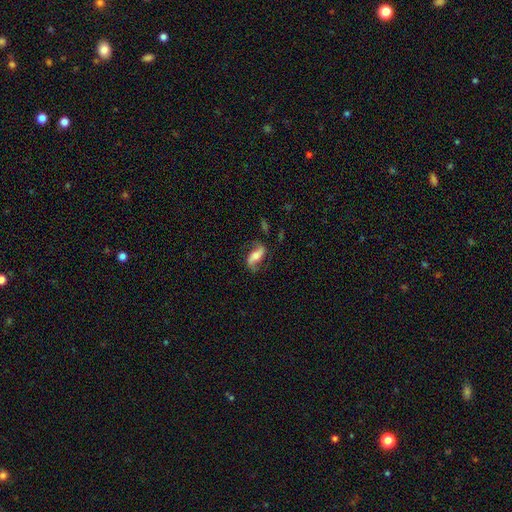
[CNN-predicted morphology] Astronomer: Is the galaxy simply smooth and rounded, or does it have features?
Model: featured or disk — 62%.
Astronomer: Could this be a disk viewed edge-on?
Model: no — 89%.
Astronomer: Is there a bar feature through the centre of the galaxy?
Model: strong — 38% (runner-up: no, 35%).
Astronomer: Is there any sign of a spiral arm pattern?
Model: yes — 87%.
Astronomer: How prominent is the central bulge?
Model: moderate — 51%.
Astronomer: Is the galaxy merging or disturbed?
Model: none — 69%.